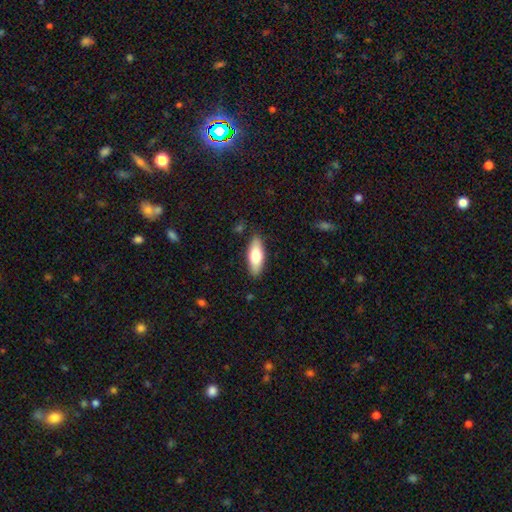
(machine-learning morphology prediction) smooth 70%, featured or disk 24%, star or artifact 6%. Down the decision tree: how rounded — in between (71%); merging — none (87%).